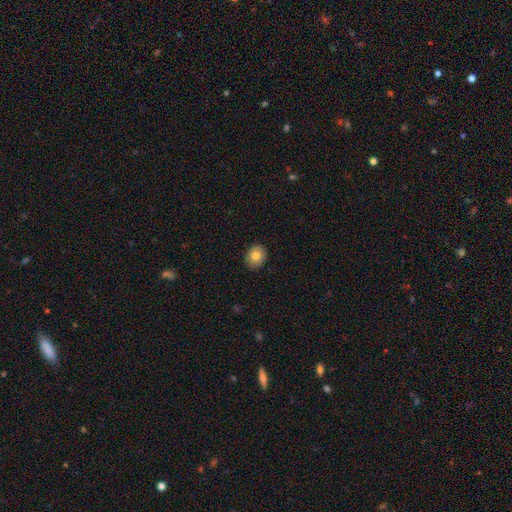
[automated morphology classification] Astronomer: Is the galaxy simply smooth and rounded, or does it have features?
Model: smooth — 81%.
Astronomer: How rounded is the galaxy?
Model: round — 57% (runner-up: in between, 42%).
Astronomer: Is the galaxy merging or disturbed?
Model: none — 89%.